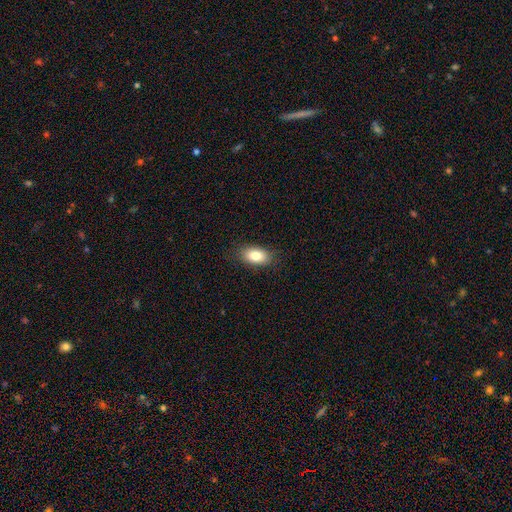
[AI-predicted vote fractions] Smooth or featured? smooth (83%)
How rounded? in between (92%)
Merging? none (86%)